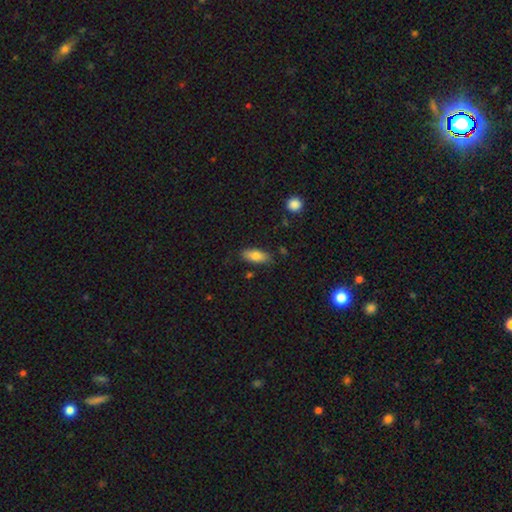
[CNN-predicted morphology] The model was most divided on "smooth or featured": smooth: 79%, featured or disk: 14%, star or artifact: 7%. More confident: how rounded — in between (82%); merging — none (82%).